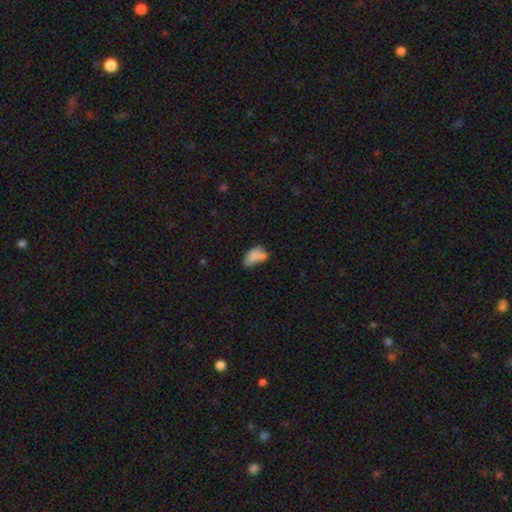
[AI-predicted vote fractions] Smooth or featured? Predicted: smooth (p=0.75). How rounded? Predicted: in between (p=0.89). Merging? Predicted: merger (p=0.32).